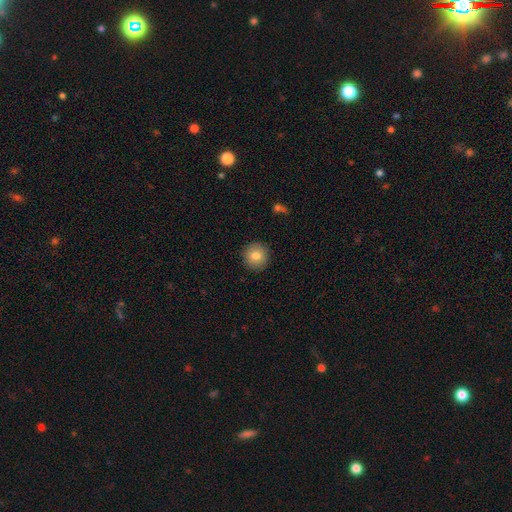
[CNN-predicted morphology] A smooth galaxy with no disk features (82%) that is round (94%). Merging: none (91%).